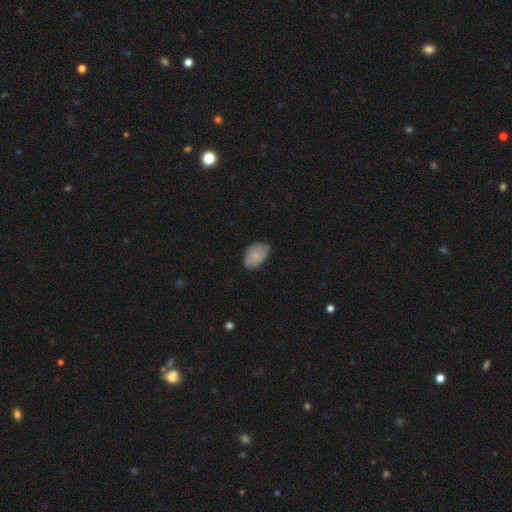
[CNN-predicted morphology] This appears to be a smooth galaxy with no disk features (83%) that is in between round and cigar-shaped (88%). Merging: none (74%).